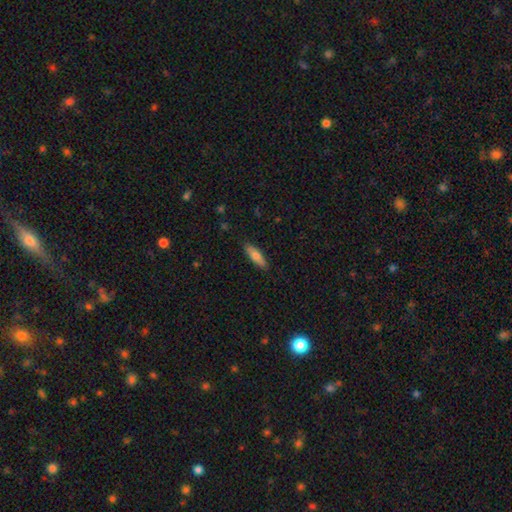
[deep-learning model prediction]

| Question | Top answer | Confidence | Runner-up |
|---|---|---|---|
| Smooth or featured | smooth | 70% | featured or disk (24%) |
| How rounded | in between | 49% | tied: cigar-shaped (49%) |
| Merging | none | 87% | minor disturbance (10%) |